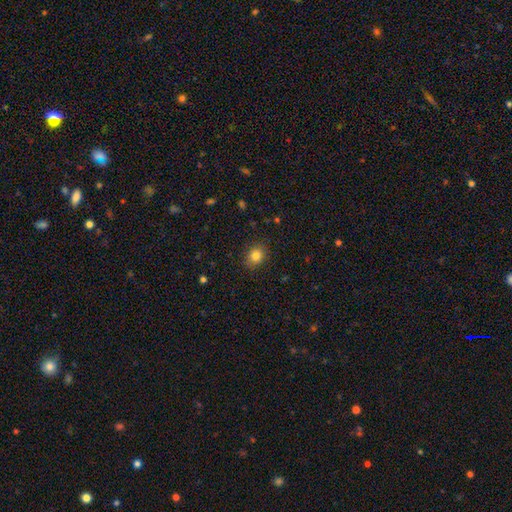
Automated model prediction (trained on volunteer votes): The model was most divided on "how rounded": round: 63%, in between: 36%, cigar-shaped: 1%. More confident: merging — none (86%); smooth or featured — smooth (84%).